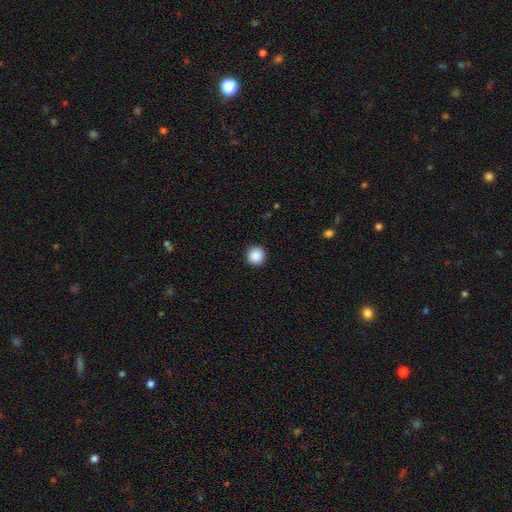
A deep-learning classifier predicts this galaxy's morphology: Smooth or featured?
  - smooth: 89% *
  - star or artifact: 8%
  - featured or disk: 3%
How rounded?
  - round: 95% *
  - in between: 4%
  - cigar-shaped: 1%
Merging?
  - none: 93% *
  - minor disturbance: 5%
  - major disturbance: 2%
  - merger: 1%